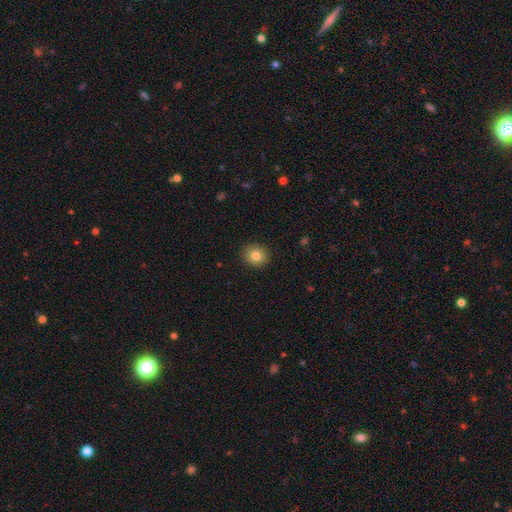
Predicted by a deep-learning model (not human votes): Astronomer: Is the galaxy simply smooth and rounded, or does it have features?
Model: smooth — 82%.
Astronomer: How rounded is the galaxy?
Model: round — 79%.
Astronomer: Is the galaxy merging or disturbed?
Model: none — 91%.